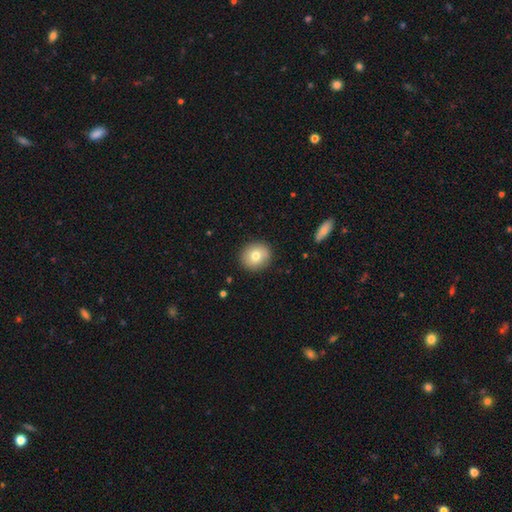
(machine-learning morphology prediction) The model was most divided on "smooth or featured": smooth: 76%, featured or disk: 16%, star or artifact: 9%. More confident: merging — none (90%); how rounded — round (83%).